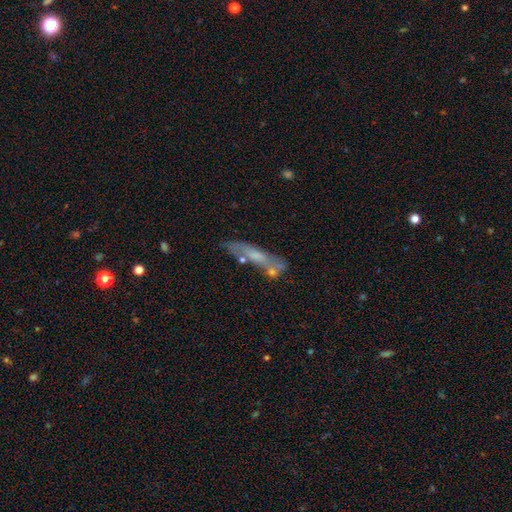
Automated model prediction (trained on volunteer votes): Smooth or featured: smooth — 46% (featured or disk — 45%)
Merging: none — 50% (minor disturbance — 20%)